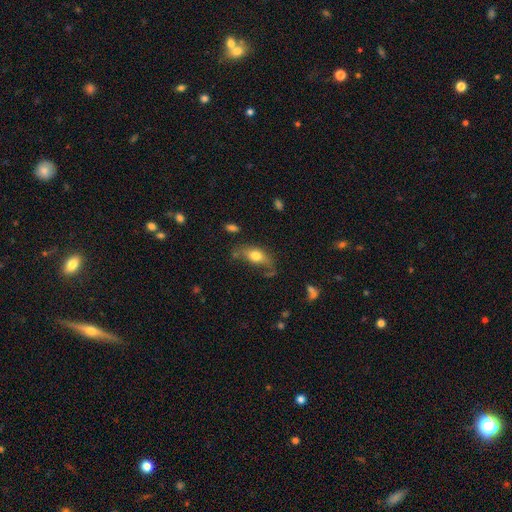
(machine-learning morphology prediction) smooth 68%, featured or disk 24%, star or artifact 8%. Down the decision tree: how rounded — in between (84%); merging — none (49%).